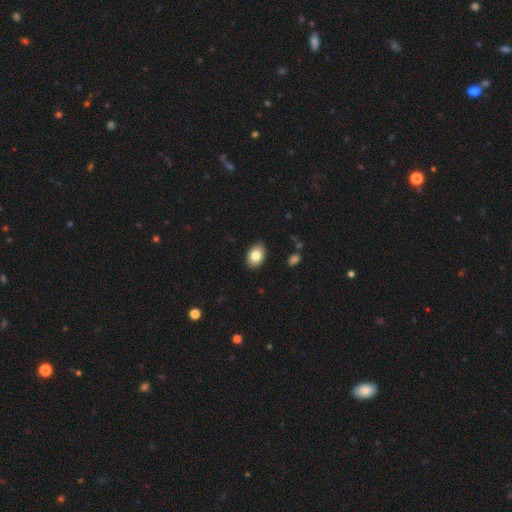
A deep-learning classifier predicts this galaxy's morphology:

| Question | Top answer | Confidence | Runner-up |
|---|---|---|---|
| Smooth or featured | smooth | 81% | featured or disk (11%) |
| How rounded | in between | 83% | round (16%) |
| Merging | none | 85% | minor disturbance (11%) |